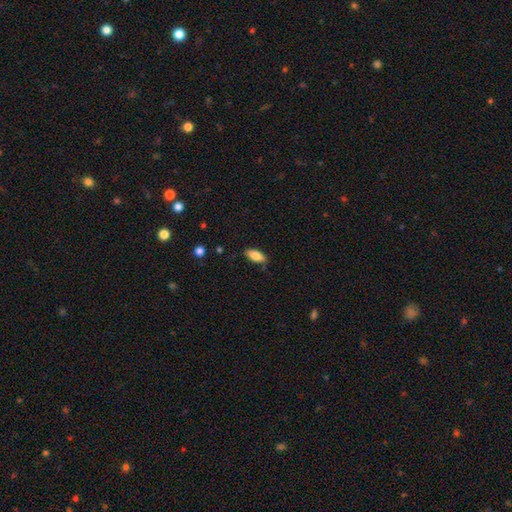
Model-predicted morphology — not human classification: Smooth or featured? Predicted: smooth (p=0.81). How rounded? Predicted: in between (p=0.86). Merging? Predicted: none (p=0.84).